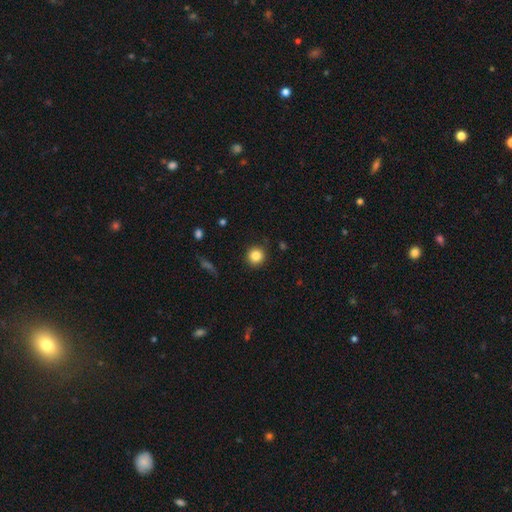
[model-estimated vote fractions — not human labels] The model was most divided on "smooth or featured": smooth: 84%, star or artifact: 11%, featured or disk: 5%. More confident: how rounded — round (94%); merging — none (90%).